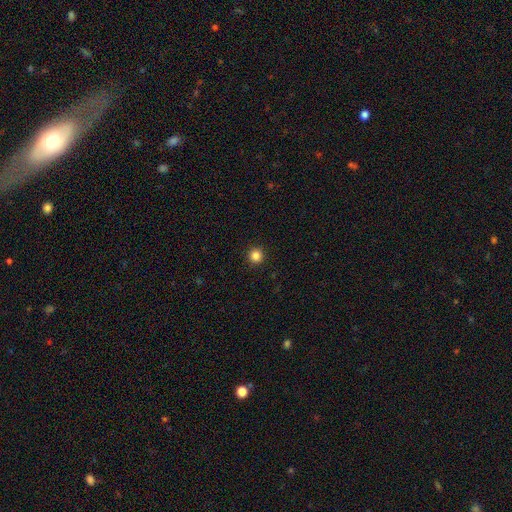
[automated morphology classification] Smooth or featured: smooth — 85% (star or artifact — 12%)
How rounded: round — 95% (in between — 4%)
Merging: none — 93% (minor disturbance — 4%)